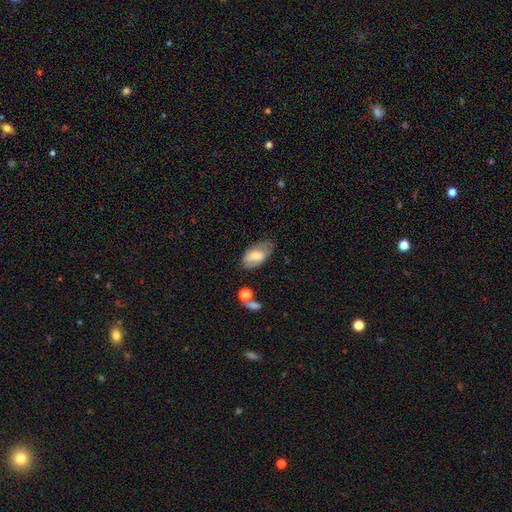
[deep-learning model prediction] This is possibly a smooth galaxy (57%). How rounded: clearly in between (92%). Merging: likely none (60%).